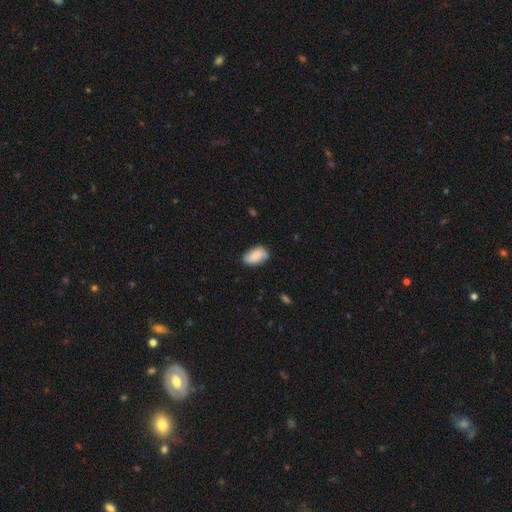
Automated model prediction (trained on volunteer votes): Smooth or featured?
  - smooth: 82% *
  - featured or disk: 11%
  - star or artifact: 7%
How rounded?
  - in between: 93% *
  - round: 5%
  - cigar-shaped: 3%
Merging?
  - none: 74% *
  - minor disturbance: 21%
  - major disturbance: 4%
  - merger: 2%